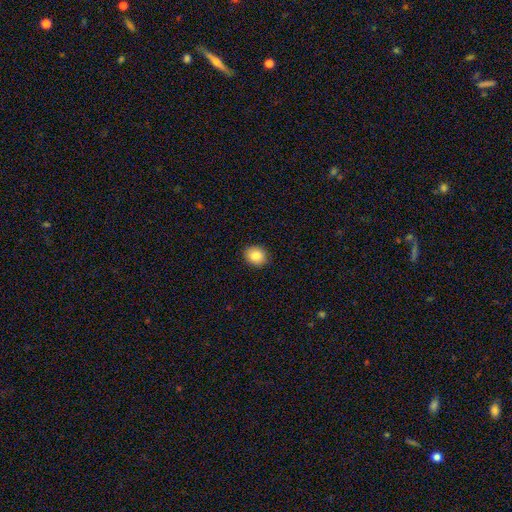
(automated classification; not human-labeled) smooth-or-featured: smooth: 85% | star or artifact: 9% | featured or disk: 6%
  how-rounded: round: 70% | in between: 29% | cigar-shaped: 1%
  merging: none: 90% | minor disturbance: 7% | major disturbance: 2% | merger: 1%